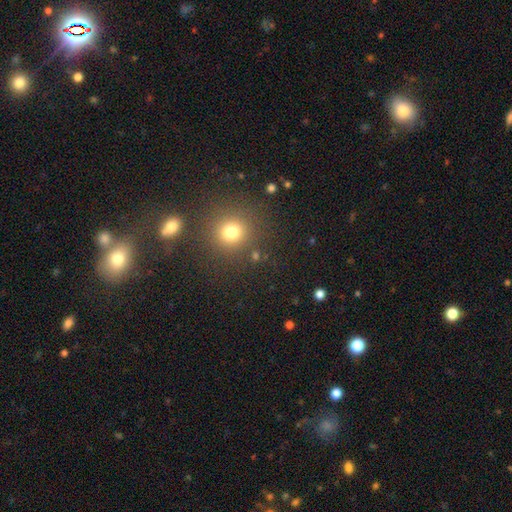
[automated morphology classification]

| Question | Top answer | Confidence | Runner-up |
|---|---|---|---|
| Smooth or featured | smooth | 70% | star or artifact (23%) |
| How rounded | round | 90% | in between (9%) |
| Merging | none | 83% | minor disturbance (7%) |